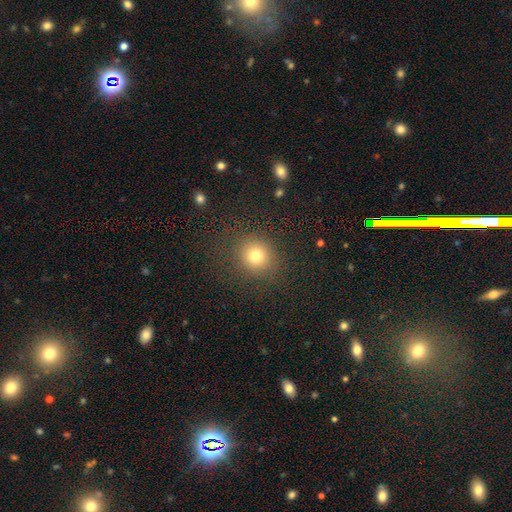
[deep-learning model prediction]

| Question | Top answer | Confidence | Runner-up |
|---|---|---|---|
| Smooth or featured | smooth | 78% | star or artifact (14%) |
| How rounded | round | 85% | in between (14%) |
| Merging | none | 85% | minor disturbance (9%) |